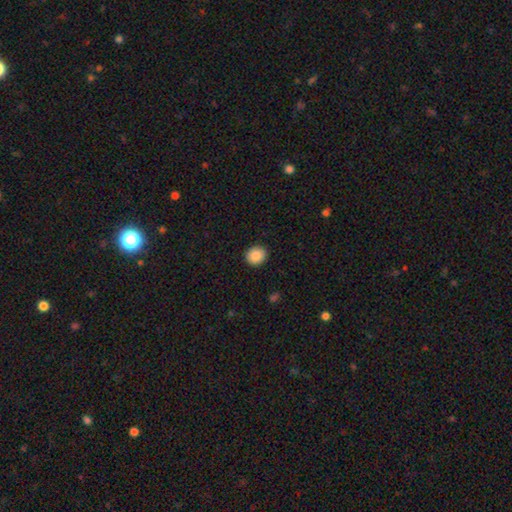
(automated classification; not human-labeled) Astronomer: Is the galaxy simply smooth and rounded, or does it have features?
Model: smooth — 89%.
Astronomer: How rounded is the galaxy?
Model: round — 79%.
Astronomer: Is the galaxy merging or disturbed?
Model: none — 91%.